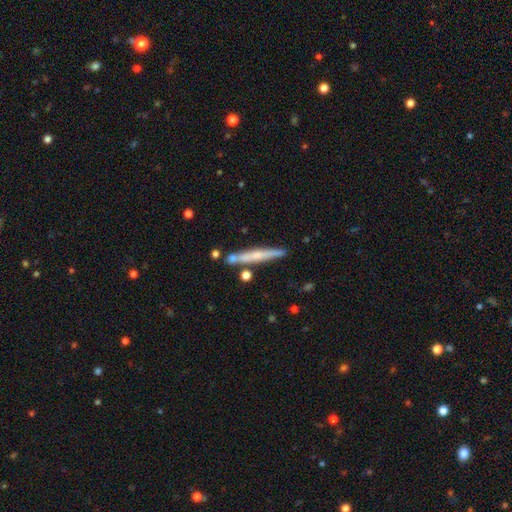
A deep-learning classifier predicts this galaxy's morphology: This appears to be a featured or disk galaxy (49%). Merging: none (79%).